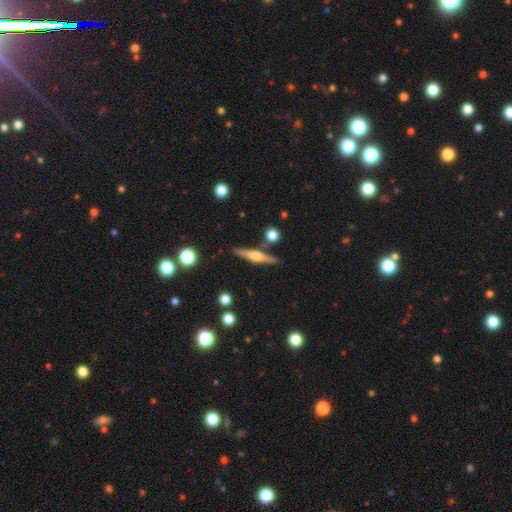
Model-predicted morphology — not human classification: Overall: featured or disk (68%). Edge-on disk: yes (97%). Edge-on bulge: rounded (89%). Merging: none (85%).